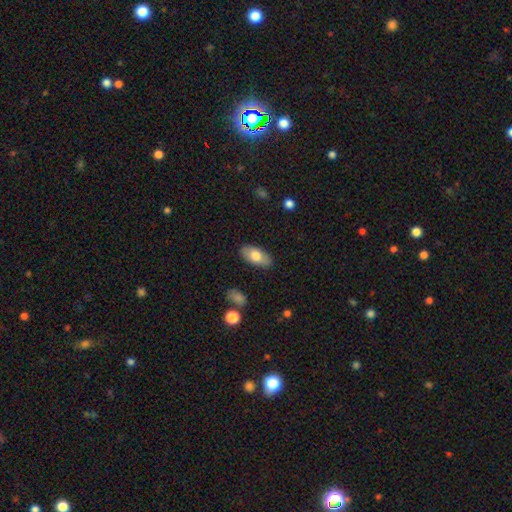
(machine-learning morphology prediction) smooth-or-featured: smooth: 73% | featured or disk: 21% | star or artifact: 6%
  how-rounded: in between: 92% | cigar-shaped: 5% | round: 3%
  merging: none: 86% | minor disturbance: 10% | major disturbance: 2% | merger: 1%